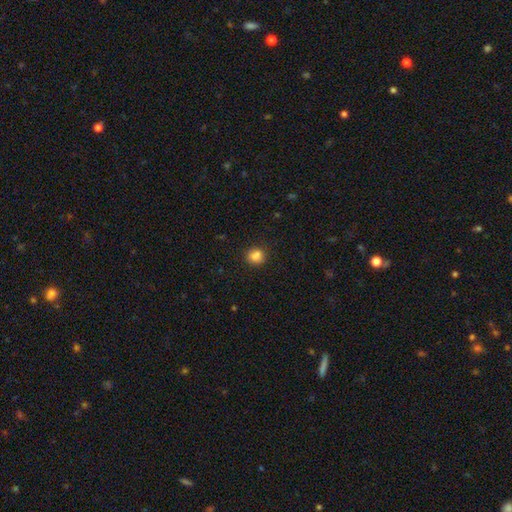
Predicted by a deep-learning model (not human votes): Morphology: type=smooth (83%); roundness=round (74%); merging=none (73%).